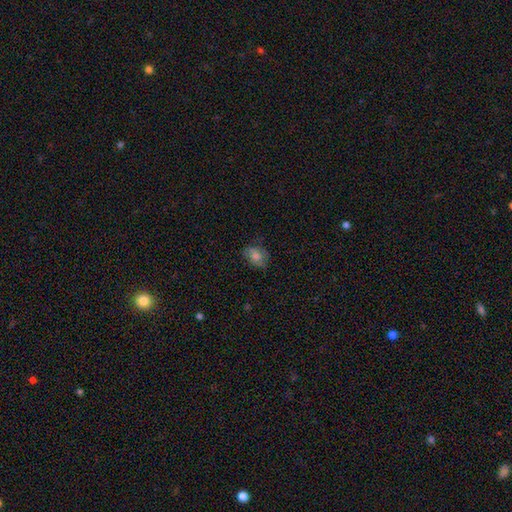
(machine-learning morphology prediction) The model was most divided on "how rounded": in between: 71%, round: 27%, cigar-shaped: 2%. More confident: merging — none (69%); smooth or featured — smooth (66%).